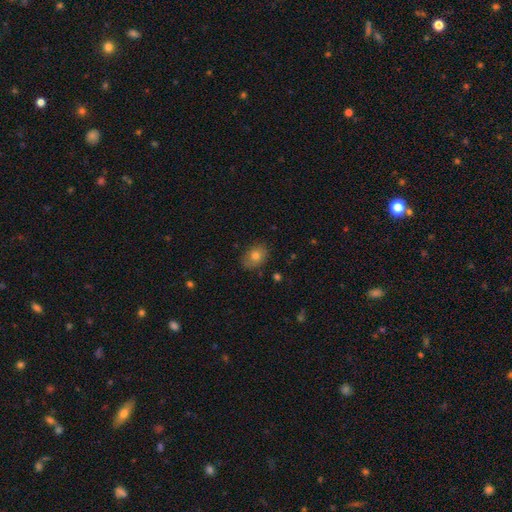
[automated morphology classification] The model was most divided on "how rounded": in between: 69%, round: 30%, cigar-shaped: 1%. More confident: merging — none (82%); smooth or featured — smooth (78%).